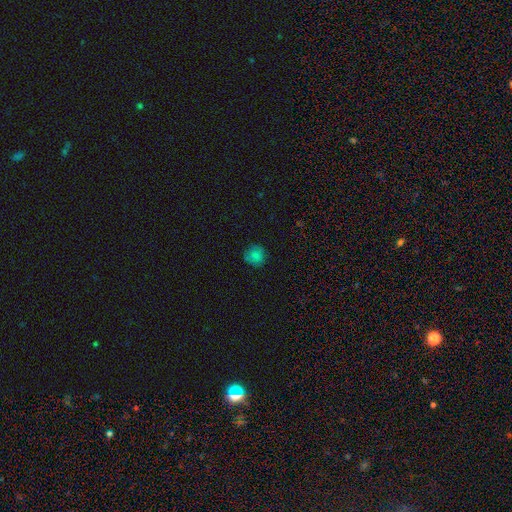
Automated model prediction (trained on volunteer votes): This appears to be a smooth galaxy with no disk features (77%) that is round (89%). Merging: none (80%).